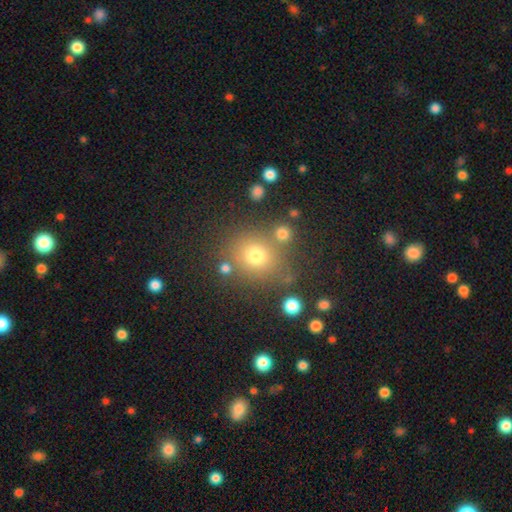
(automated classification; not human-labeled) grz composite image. It shows a smooth galaxy with no disk features (73%) that is round (83%). Merging: none (72%).